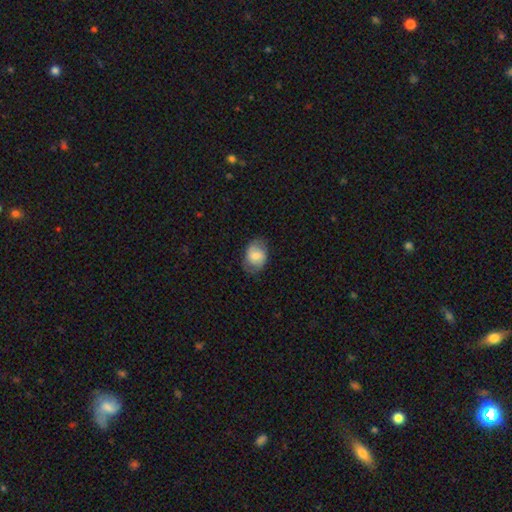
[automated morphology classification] Q: Smooth or featured?
A: smooth (64%); runner-up: featured or disk (29%)
Q: How rounded?
A: in between (66%); runner-up: round (33%)
Q: Merging?
A: none (72%); runner-up: minor disturbance (21%)